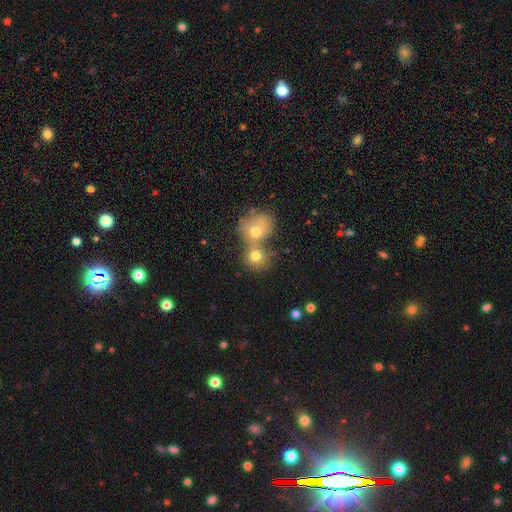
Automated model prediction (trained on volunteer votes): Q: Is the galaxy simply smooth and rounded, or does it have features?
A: smooth — 72%.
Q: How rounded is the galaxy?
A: round — 75%.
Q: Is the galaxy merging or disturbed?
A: merger — 63%.